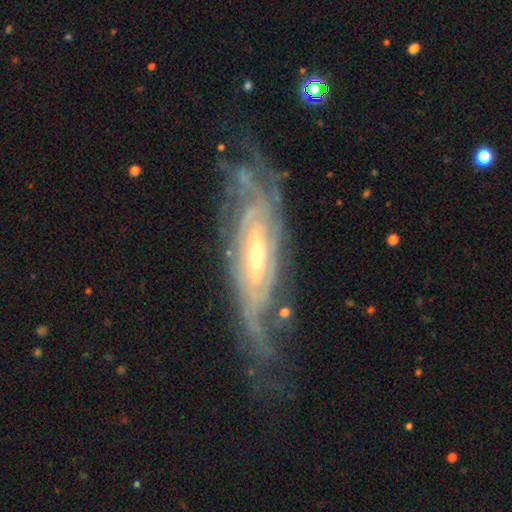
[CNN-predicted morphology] smooth-or-featured: featured or disk: 88% | smooth: 7% | star or artifact: 5%
  disk-edge-on: no: 81% | yes: 19%
    bar: no: 43% | weak: 34% | strong: 23%
    has-spiral-arms: yes: 93% | no: 7%
      spiral-winding: tight: 61% | medium: 27% | loose: 11%
      spiral-arm-count: can't tell: 42% | 2: 25% | 3: 12% | 4: 9% | more than 4: 7% | 1: 6%
    bulge-size: moderate: 50% | small: 43% | large: 4% | none: 1% | dominant: 1%
  merging: none: 60% | minor disturbance: 21% | major disturbance: 16% | merger: 3%